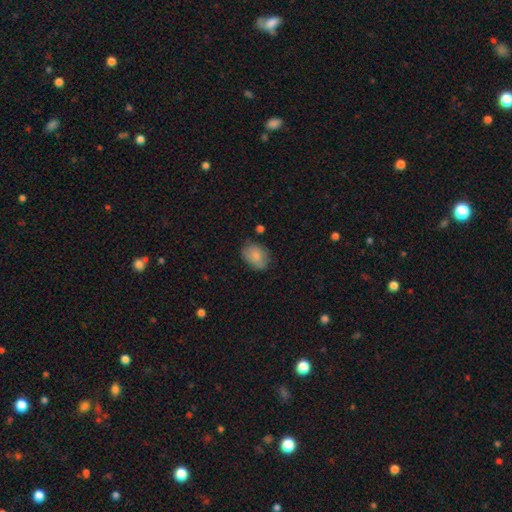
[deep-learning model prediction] A smooth galaxy with no disk features (82%) that is in between round and cigar-shaped (73%).

Vote fractions:
- Smooth or featured? smooth: 82% / featured or disk: 11% / star or artifact: 7%
- How rounded? in between: 73% / round: 26% / cigar-shaped: 1%
- Merging? none: 72% / minor disturbance: 21% / major disturbance: 5% / merger: 2%